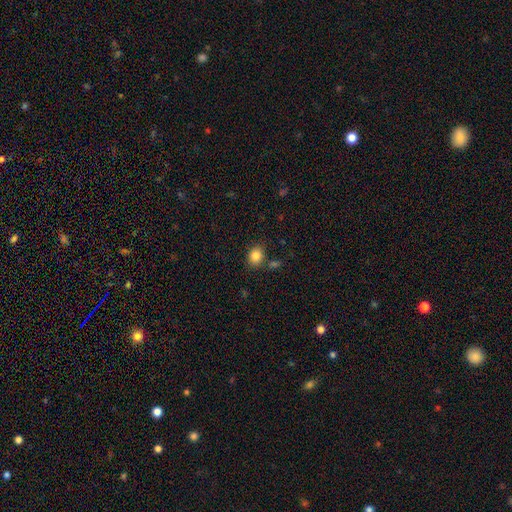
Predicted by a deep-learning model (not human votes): Smooth or featured: smooth — 85% (star or artifact — 10%)
How rounded: in between — 50% (round — 49%)
Merging: none — 79% (minor disturbance — 11%)